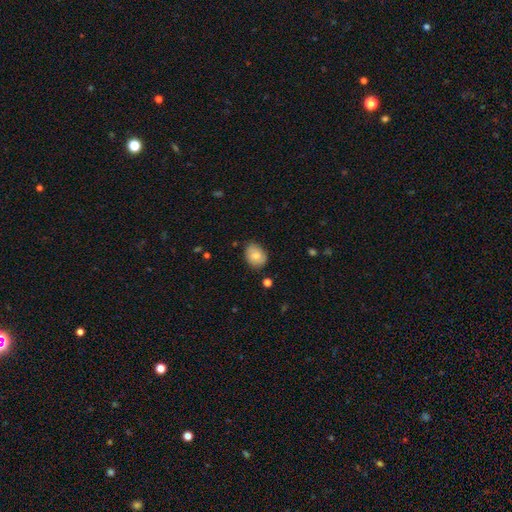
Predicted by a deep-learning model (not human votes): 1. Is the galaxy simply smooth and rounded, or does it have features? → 76% smooth, 16% featured or disk, 8% star or artifact.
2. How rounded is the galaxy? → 55% in between, 44% round, 1% cigar-shaped.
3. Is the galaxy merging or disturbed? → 78% none, 18% minor disturbance, 3% major disturbance, 1% merger.